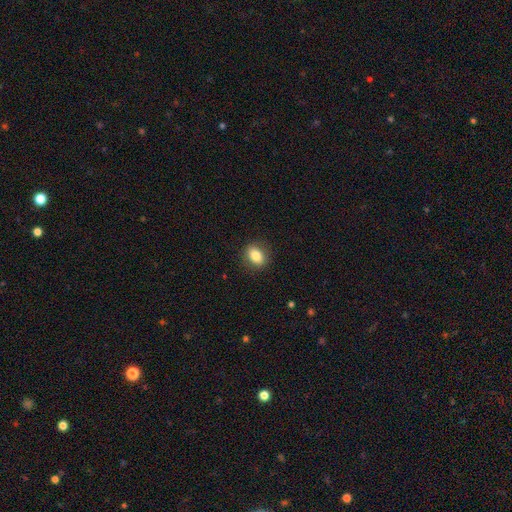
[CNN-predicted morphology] Overall: smooth (82%). How rounded: in between (71%). Merging: none (87%).